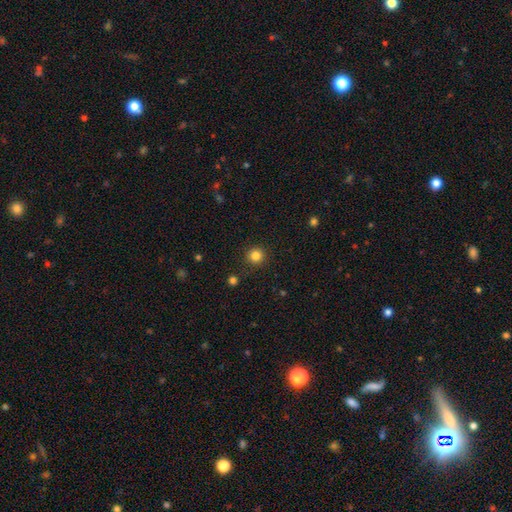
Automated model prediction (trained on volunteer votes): Smooth or featured? Predicted: smooth (p=0.83). How rounded? Predicted: round (p=0.95). Merging? Predicted: none (p=0.91).